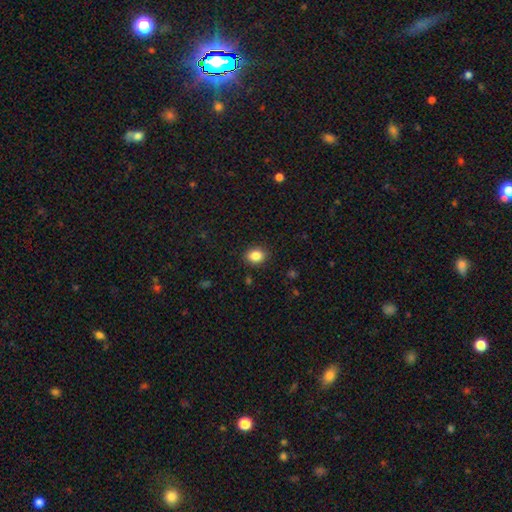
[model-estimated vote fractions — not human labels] A smooth galaxy with no disk features (86%) that is in between round and cigar-shaped (54%). Merging: none (89%).